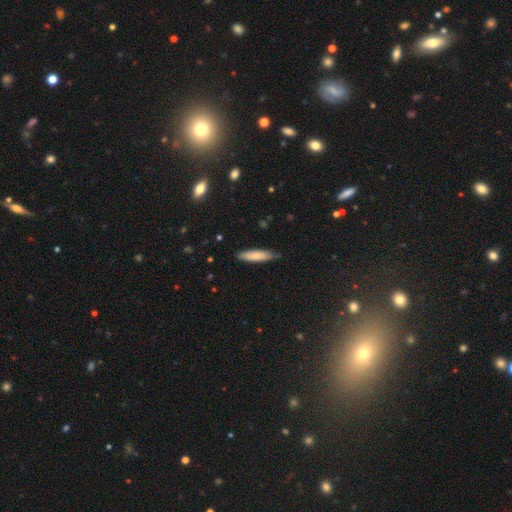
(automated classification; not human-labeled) Morphology: type=smooth (80%); roundness=cigar-shaped (73%); merging=none (77%).